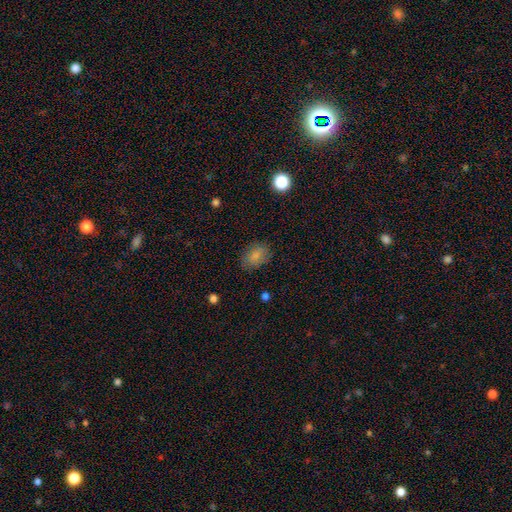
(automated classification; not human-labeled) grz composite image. It shows a smooth galaxy with no disk features (83%) that is in between round and cigar-shaped (79%). Merging: none (80%).